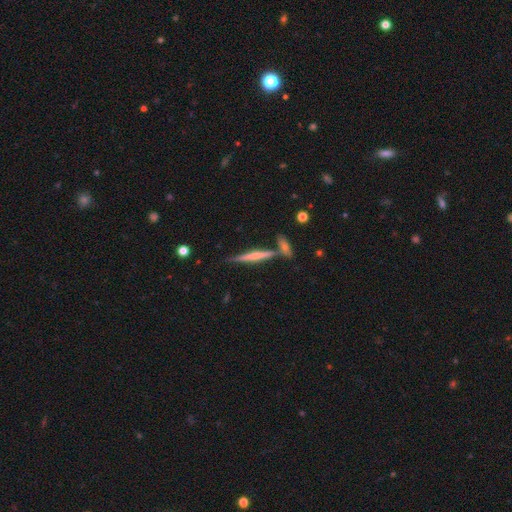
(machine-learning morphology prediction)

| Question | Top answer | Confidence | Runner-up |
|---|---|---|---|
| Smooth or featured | featured or disk | 56% | smooth (37%) |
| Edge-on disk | yes | 96% | no (4%) |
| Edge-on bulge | none | 47% | rounded (39%) |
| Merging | none | 71% | merger (15%) |